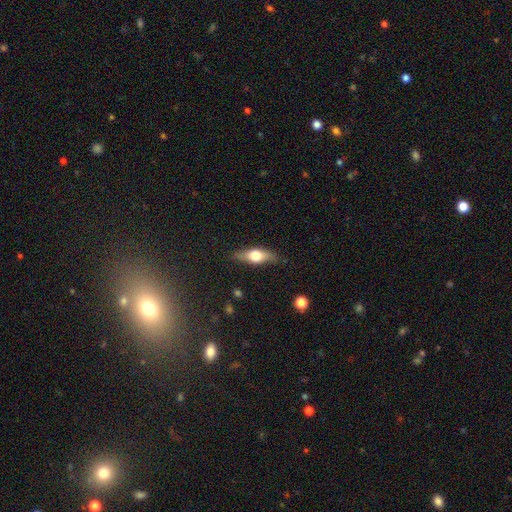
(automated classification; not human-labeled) A smooth galaxy with no disk features (47%).

Vote fractions:
- Smooth or featured? smooth: 47% / featured or disk: 46% / star or artifact: 7%
- Merging? none: 80% / minor disturbance: 15% / major disturbance: 3% / merger: 1%